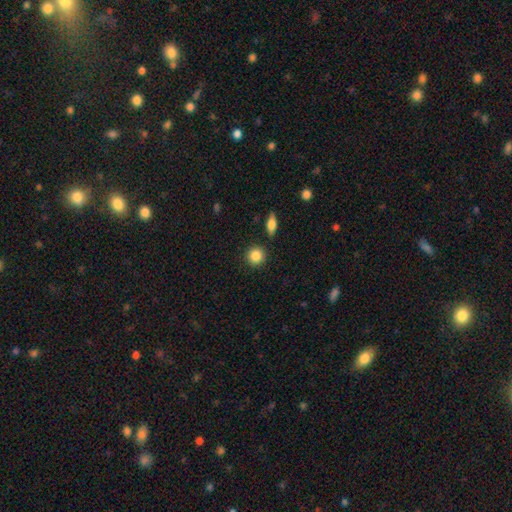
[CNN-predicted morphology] A smooth galaxy with no disk features (86%) that is round (91%). Merging: none (88%).